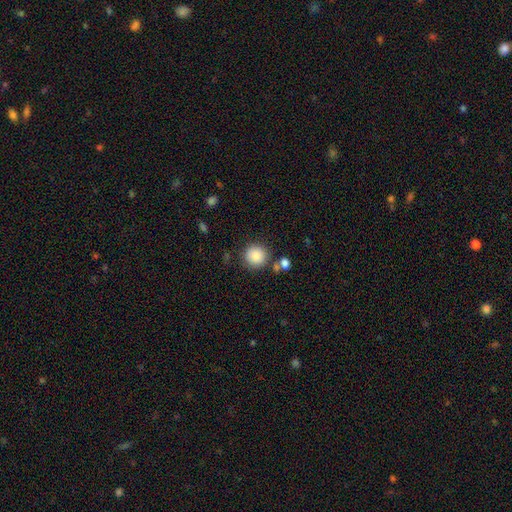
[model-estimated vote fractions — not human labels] Smooth or featured: smooth — 87% (star or artifact — 9%)
How rounded: round — 93% (in between — 6%)
Merging: none — 82% (minor disturbance — 9%)